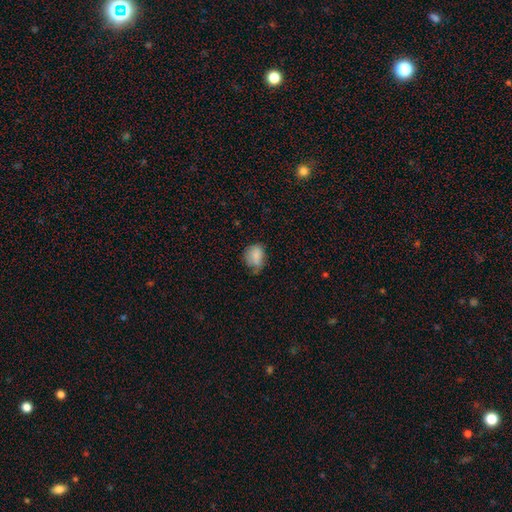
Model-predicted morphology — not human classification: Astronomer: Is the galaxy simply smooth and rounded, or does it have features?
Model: smooth — 80%.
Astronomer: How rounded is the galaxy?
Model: in between — 54% (runner-up: round, 45%).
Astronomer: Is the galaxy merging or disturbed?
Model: none — 44% (runner-up: minor disturbance, 40%).